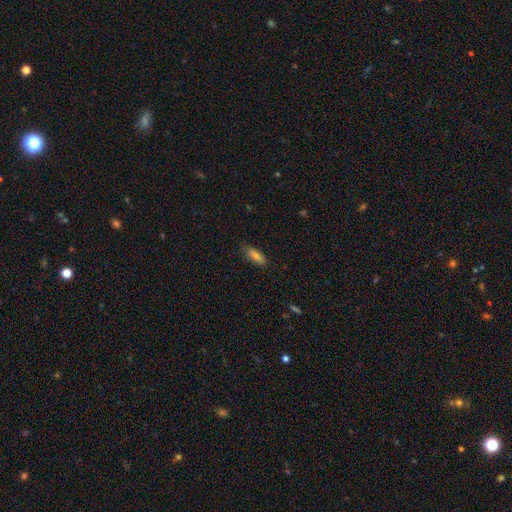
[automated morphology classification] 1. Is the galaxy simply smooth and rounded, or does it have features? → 77% smooth, 14% featured or disk, 9% star or artifact.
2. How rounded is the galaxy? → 59% in between, 39% cigar-shaped, 2% round.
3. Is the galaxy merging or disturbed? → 82% none, 14% minor disturbance, 3% major disturbance, 1% merger.